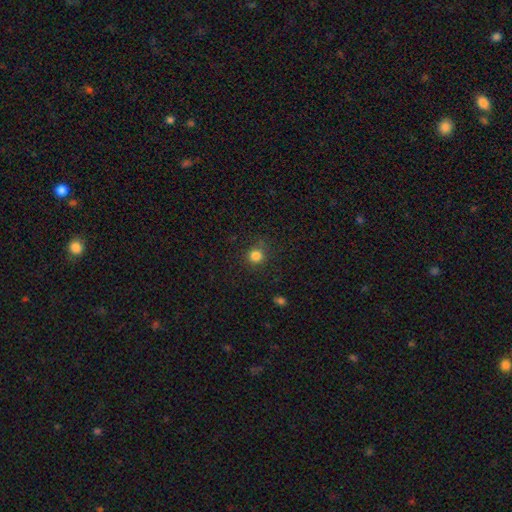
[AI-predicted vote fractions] This is clearly a smooth galaxy (82%). How rounded: clearly round (92%). Merging: clearly none (85%).